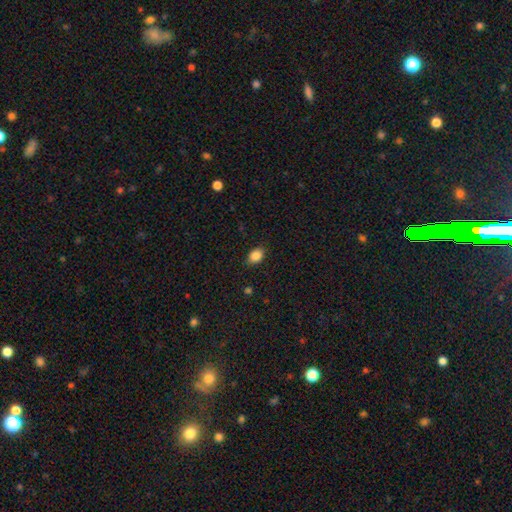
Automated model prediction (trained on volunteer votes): This appears to be a smooth galaxy with no disk features (86%) that is in between round and cigar-shaped (77%). Merging: none (87%).